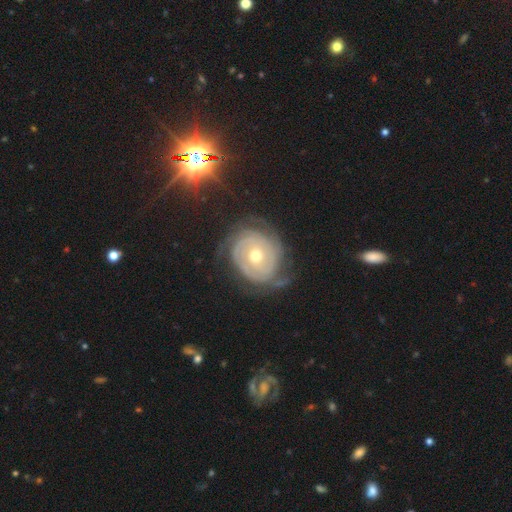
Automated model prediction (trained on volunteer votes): A featured or disk galaxy (82%) with no bar (78%), tight (75%) spiral arms (90%) and a moderate central bulge (63%). Merging: none (64%).